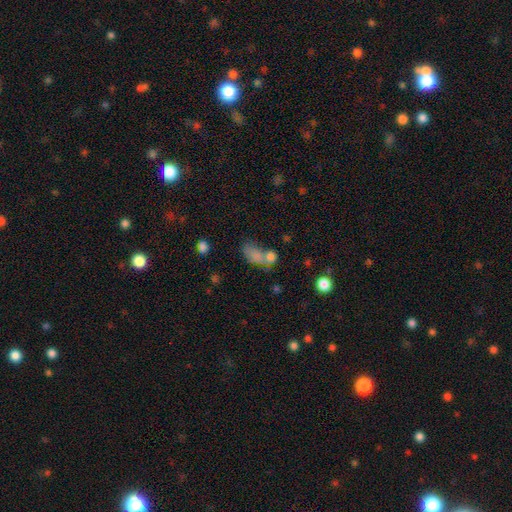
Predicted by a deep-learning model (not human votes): Morphology: type=smooth (74%); roundness=in between (84%); merging=merger (48%).